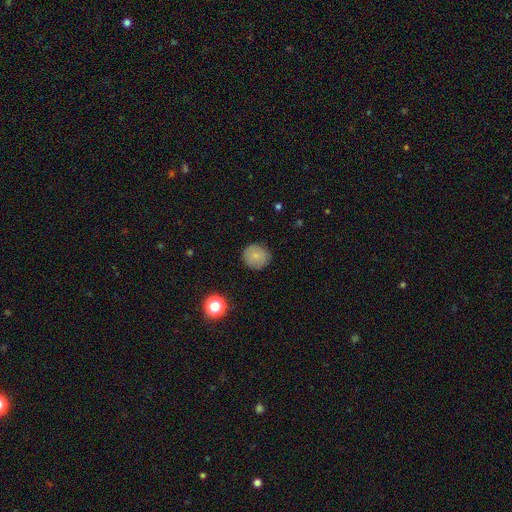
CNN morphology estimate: A smooth galaxy with no disk features (80%) that is round (92%).

Vote fractions:
- Smooth or featured? smooth: 80% / featured or disk: 10% / star or artifact: 10%
- How rounded? round: 92% / in between: 7% / cigar-shaped: 1%
- Merging? none: 86% / minor disturbance: 10% / major disturbance: 2% / merger: 1%